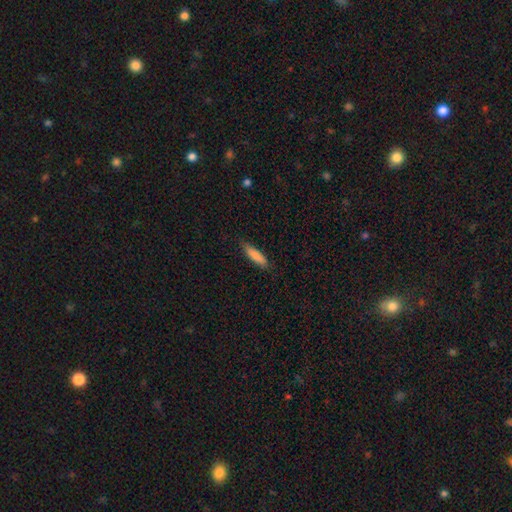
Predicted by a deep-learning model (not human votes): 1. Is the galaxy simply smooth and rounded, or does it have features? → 84% smooth, 10% featured or disk, 6% star or artifact.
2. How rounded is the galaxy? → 73% cigar-shaped, 25% in between, 1% round.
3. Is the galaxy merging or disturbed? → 83% none, 13% minor disturbance, 2% major disturbance, 1% merger.